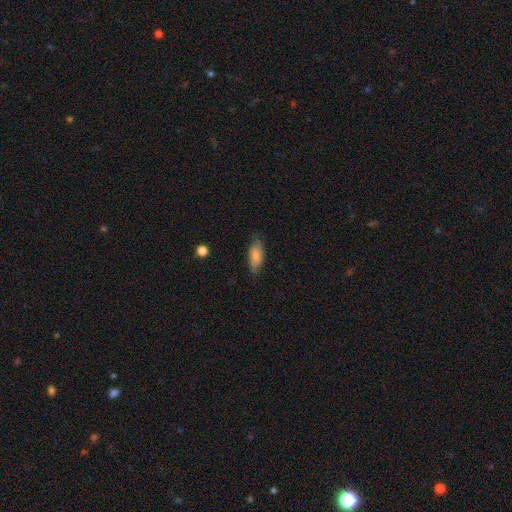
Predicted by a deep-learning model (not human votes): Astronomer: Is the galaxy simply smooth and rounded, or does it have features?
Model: smooth — 76%.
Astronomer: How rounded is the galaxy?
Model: in between — 81%.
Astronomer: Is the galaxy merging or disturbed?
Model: none — 74%.